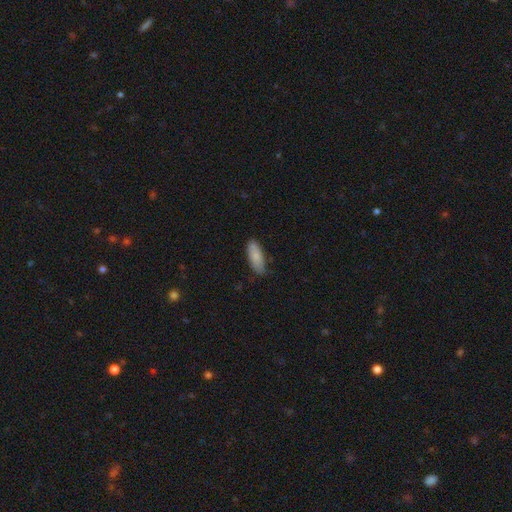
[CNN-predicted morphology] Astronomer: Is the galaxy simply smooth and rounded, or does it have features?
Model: smooth — 84%.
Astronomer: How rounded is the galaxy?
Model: in between — 71%.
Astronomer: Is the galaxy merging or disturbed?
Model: none — 80%.